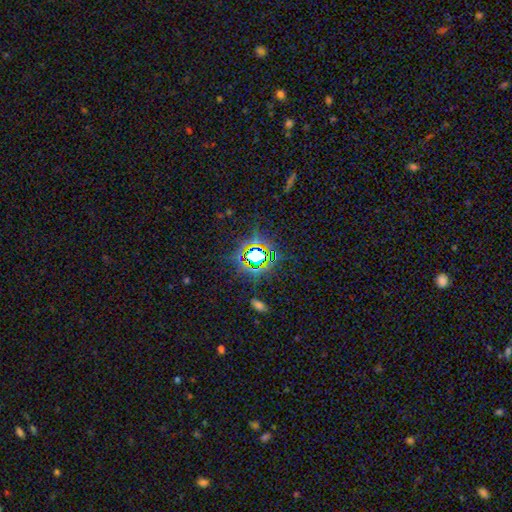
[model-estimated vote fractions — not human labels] This is likely a star or artifact rather than a galaxy (74%).